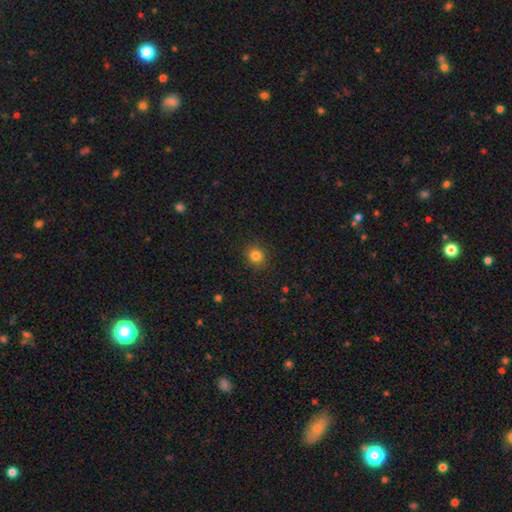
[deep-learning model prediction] smooth_or_featured: smooth (p=0.82) [alt: star or artifact p=0.13]
how_rounded: round (p=0.83) [alt: in between p=0.16]
merging: none (p=0.90) [alt: minor disturbance p=0.07]